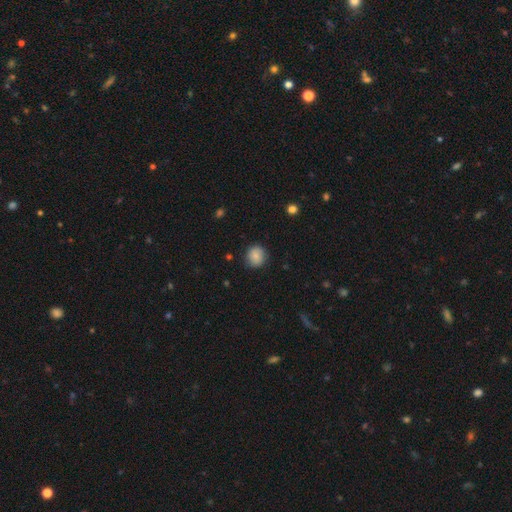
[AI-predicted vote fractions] Smooth or featured? Predicted: smooth (p=0.84). How rounded? Predicted: round (p=0.85). Merging? Predicted: none (p=0.83).